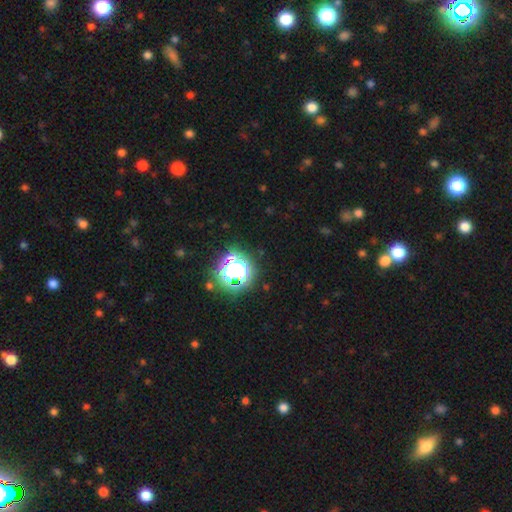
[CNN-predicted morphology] smooth_or_featured: star or artifact (p=0.76) [alt: smooth p=0.16]